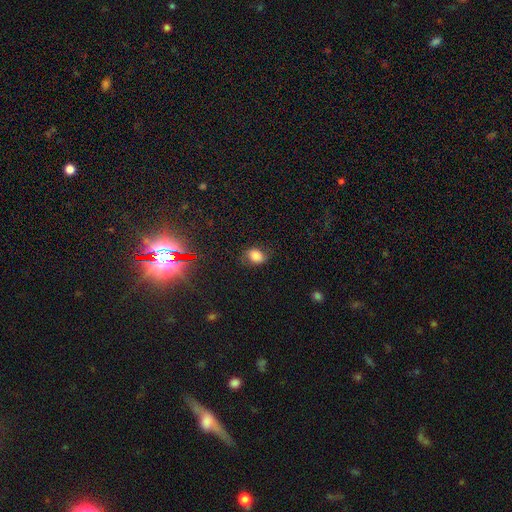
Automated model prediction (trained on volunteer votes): Smooth or featured?
  - smooth: 75% *
  - star or artifact: 14%
  - featured or disk: 11%
How rounded?
  - in between: 65% *
  - round: 34%
  - cigar-shaped: 1%
Merging?
  - none: 71% *
  - minor disturbance: 20%
  - major disturbance: 7%
  - merger: 1%